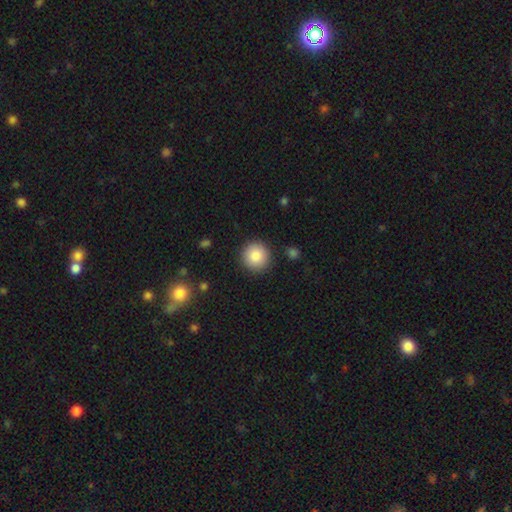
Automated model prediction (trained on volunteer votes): Smooth or featured? Predicted: smooth (p=0.86). How rounded? Predicted: round (p=0.95). Merging? Predicted: none (p=0.90).